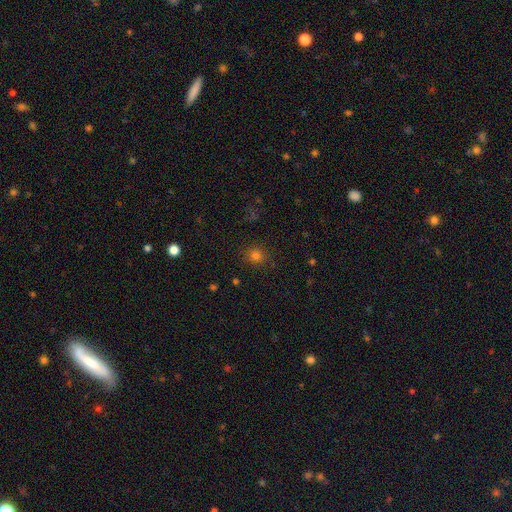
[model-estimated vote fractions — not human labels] Smooth or featured?
  - smooth: 77% *
  - star or artifact: 17%
  - featured or disk: 5%
How rounded?
  - round: 83% *
  - in between: 16%
  - cigar-shaped: 1%
Merging?
  - none: 87% *
  - minor disturbance: 9%
  - major disturbance: 3%
  - merger: 1%